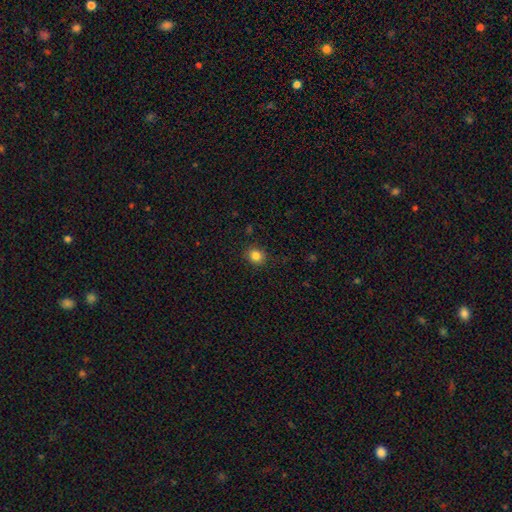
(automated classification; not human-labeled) Smooth or featured? Predicted: smooth (p=0.84). How rounded? Predicted: round (p=0.80). Merging? Predicted: none (p=0.89).